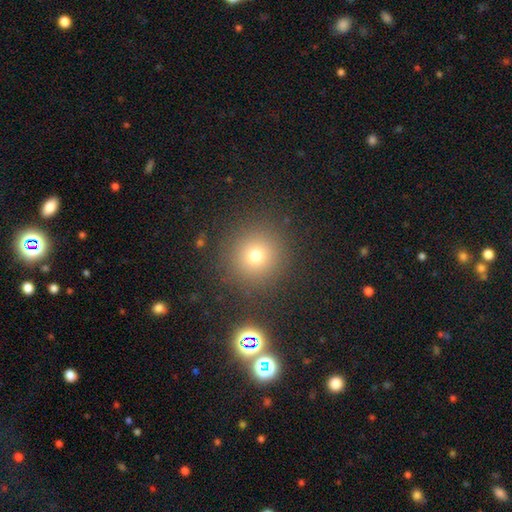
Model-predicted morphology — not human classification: A smooth galaxy with no disk features (72%) that is round (94%).

Vote fractions:
- Smooth or featured? smooth: 72% / star or artifact: 18% / featured or disk: 10%
- How rounded? round: 94% / in between: 5% / cigar-shaped: 1%
- Merging? none: 87% / minor disturbance: 7% / major disturbance: 3% / merger: 3%